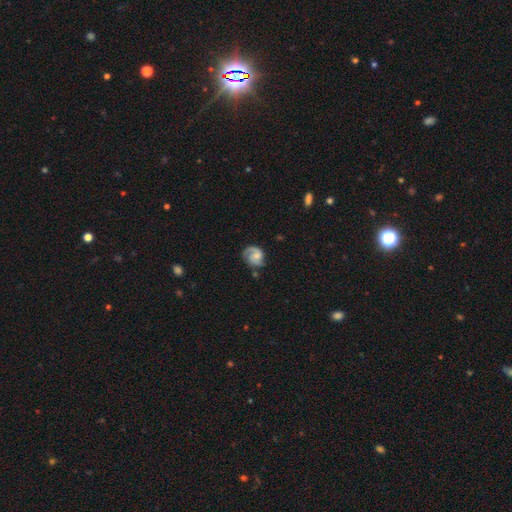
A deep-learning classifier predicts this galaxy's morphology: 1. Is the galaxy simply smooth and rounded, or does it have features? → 72% featured or disk, 21% smooth, 7% star or artifact.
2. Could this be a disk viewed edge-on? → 98% no, 2% yes.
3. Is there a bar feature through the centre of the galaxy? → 63% no, 32% weak, 5% strong.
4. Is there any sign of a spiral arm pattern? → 94% yes, 6% no.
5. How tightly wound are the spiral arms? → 44% medium, 35% tight, 21% loose.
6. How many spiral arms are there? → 60% 2, 29% 1, 7% can't tell, 2% 3, 1% 4, 1% more than 4.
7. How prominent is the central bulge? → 44% small, 38% moderate, 13% none, 4% large, 1% dominant.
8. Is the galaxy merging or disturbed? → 62% none, 23% minor disturbance, 12% major disturbance, 3% merger.